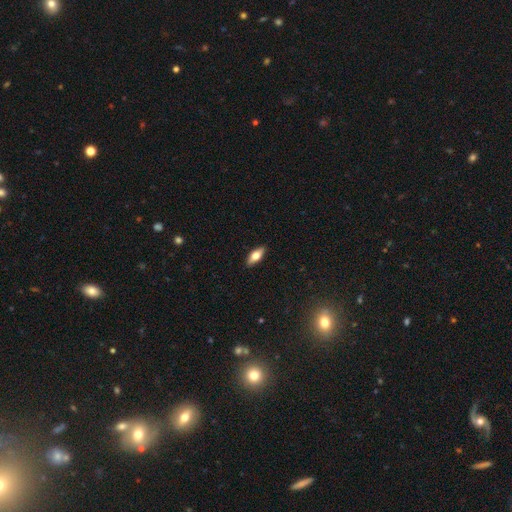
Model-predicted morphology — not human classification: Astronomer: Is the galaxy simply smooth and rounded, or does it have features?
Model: smooth — 69%.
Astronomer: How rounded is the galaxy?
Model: in between — 76%.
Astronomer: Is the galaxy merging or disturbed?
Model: none — 90%.